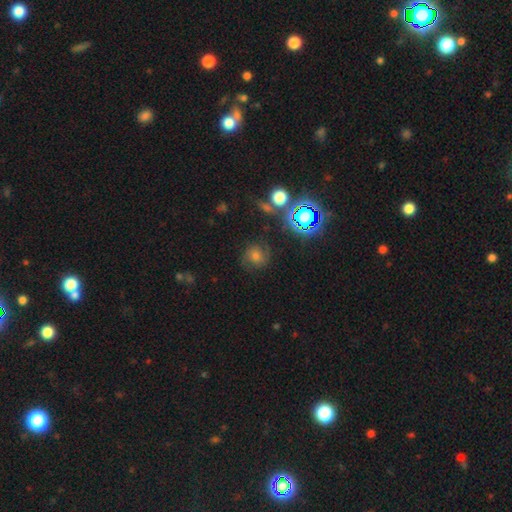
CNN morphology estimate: This appears to be a smooth galaxy with no disk features (41%). Merging: none (73%).